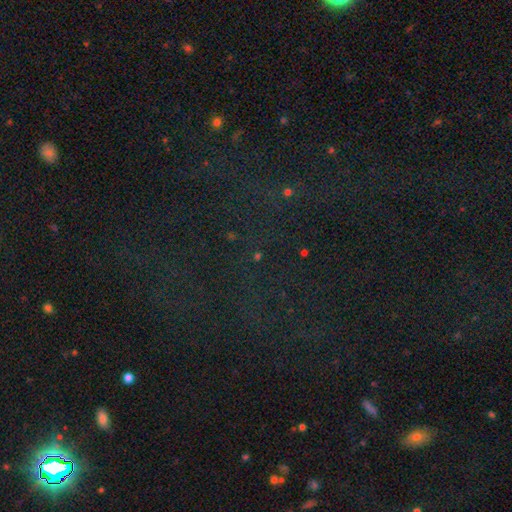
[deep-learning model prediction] Smooth or featured: star or artifact — 76% (smooth — 14%)